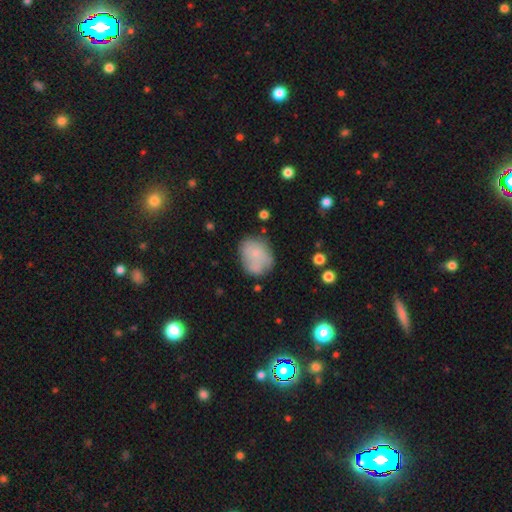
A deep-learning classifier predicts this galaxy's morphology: The model was most divided on "how rounded": round: 51%, in between: 48%, cigar-shaped: 1%. More confident: smooth or featured — smooth (69%); merging — none (55%).